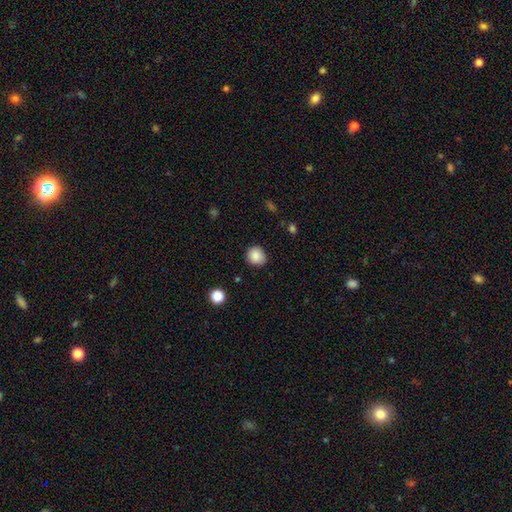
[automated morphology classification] smooth_or_featured: smooth (p=0.87) [alt: star or artifact p=0.09]
how_rounded: round (p=0.86) [alt: in between p=0.13]
merging: none (p=0.87) [alt: minor disturbance p=0.09]